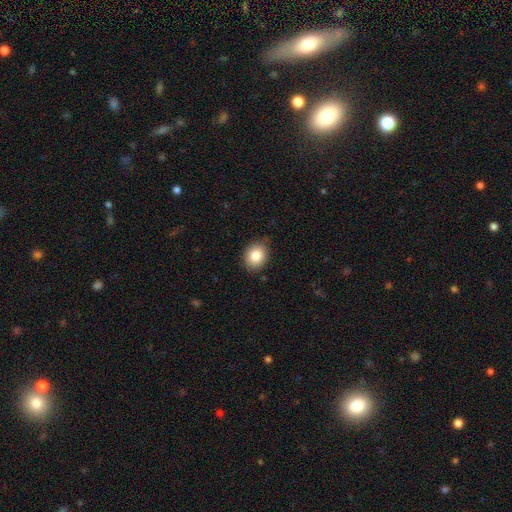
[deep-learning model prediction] smooth-or-featured: smooth: 83% | star or artifact: 9% | featured or disk: 8%
  how-rounded: round: 56% | in between: 43% | cigar-shaped: 1%
  merging: none: 82% | minor disturbance: 14% | major disturbance: 2% | merger: 1%